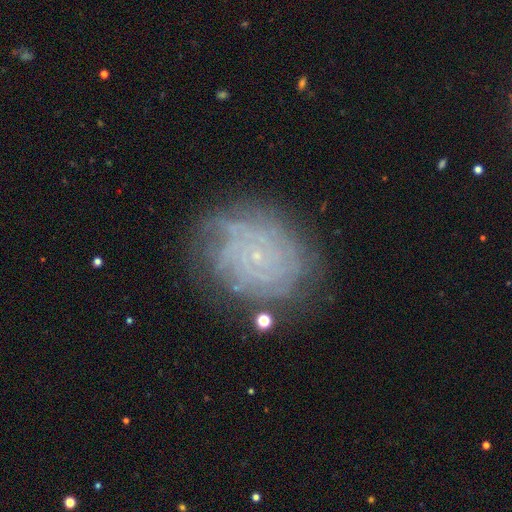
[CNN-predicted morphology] This is likely a featured or disk galaxy (76%). It is clearly not viewed edge-on (97%). Bar: clearly no (83%). Spiral arm pattern: clearly yes (92%). Spiral arm count: marginally can't tell (35%). Spiral winding: likely tight (80%). Central bulge: clearly small (89%). Merging: likely none (75%).